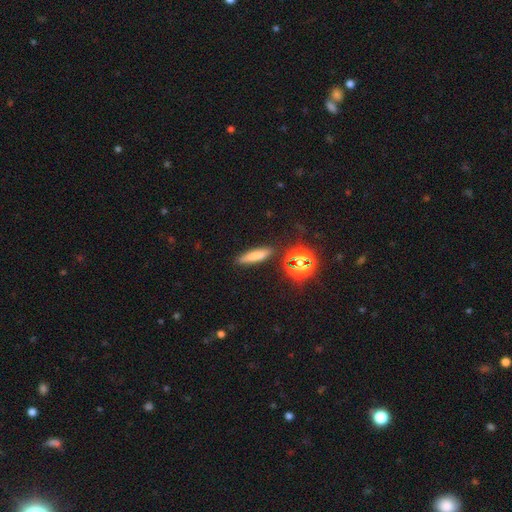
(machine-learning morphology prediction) Smooth or featured?
  - smooth: 71% *
  - star or artifact: 15%
  - featured or disk: 14%
How rounded?
  - cigar-shaped: 75% *
  - in between: 20%
  - round: 6%
Merging?
  - none: 85% *
  - minor disturbance: 9%
  - merger: 3%
  - major disturbance: 3%